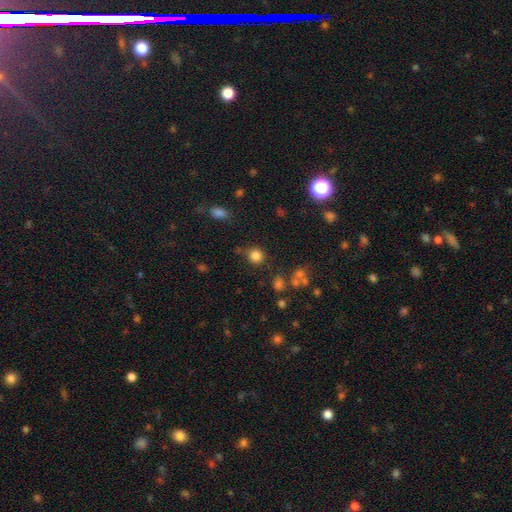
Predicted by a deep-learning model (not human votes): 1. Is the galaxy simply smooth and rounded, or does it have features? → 82% smooth, 13% star or artifact, 5% featured or disk.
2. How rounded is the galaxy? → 89% round, 10% in between, 1% cigar-shaped.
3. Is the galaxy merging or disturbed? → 78% none, 12% minor disturbance, 6% merger, 5% major disturbance.